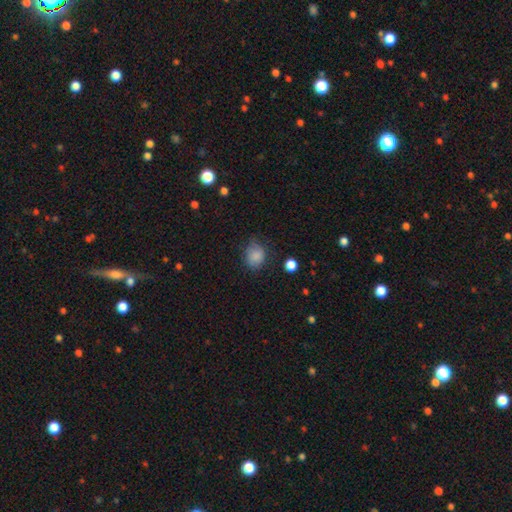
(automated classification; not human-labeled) smooth 85%, star or artifact 10%, featured or disk 5%. Down the decision tree: how rounded — round (63%); merging — none (68%).